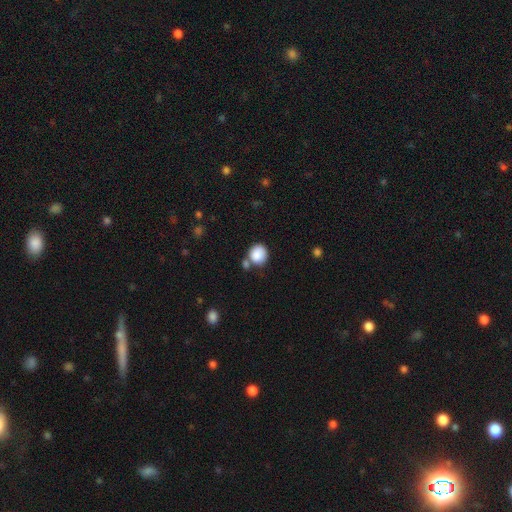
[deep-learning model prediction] Morphology: type=smooth (87%); roundness=round (80%); merging=none (60%).